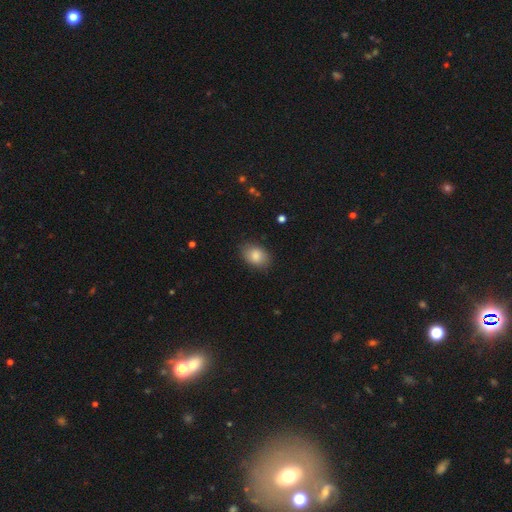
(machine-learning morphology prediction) smooth_or_featured: smooth (p=0.85) [alt: star or artifact p=0.08]
how_rounded: in between (p=0.78) [alt: round p=0.21]
merging: none (p=0.83) [alt: minor disturbance p=0.13]